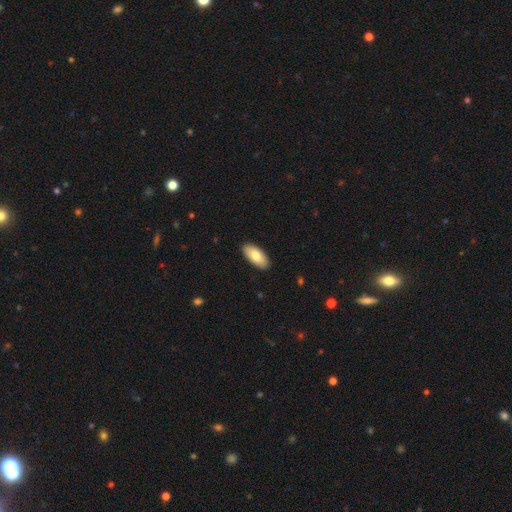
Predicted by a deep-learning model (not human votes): Q: Smooth or featured?
A: smooth (82%); runner-up: featured or disk (13%)
Q: How rounded?
A: in between (89%); runner-up: cigar-shaped (9%)
Q: Merging?
A: none (90%); runner-up: minor disturbance (8%)